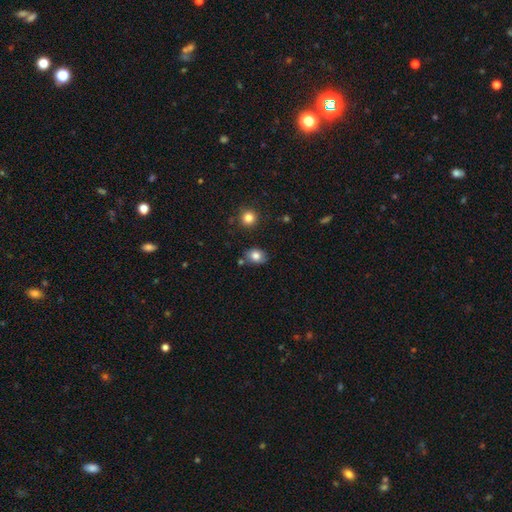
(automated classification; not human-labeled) Morphology: type=smooth (80%); roundness=in between (53%); merging=none (74%).